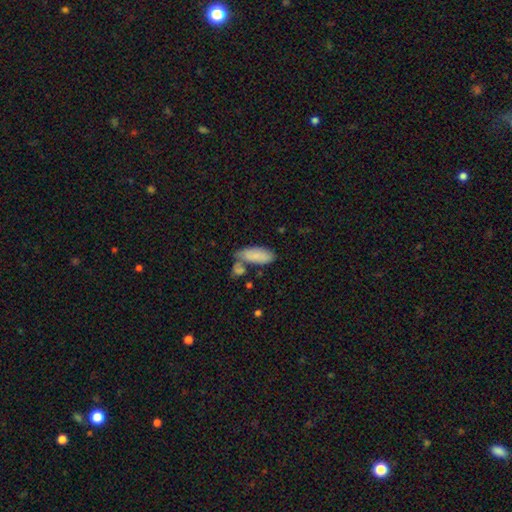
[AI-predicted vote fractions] Smooth or featured: smooth — 83% (featured or disk — 11%)
How rounded: in between — 83% (cigar-shaped — 15%)
Merging: none — 51% (merger — 24%)